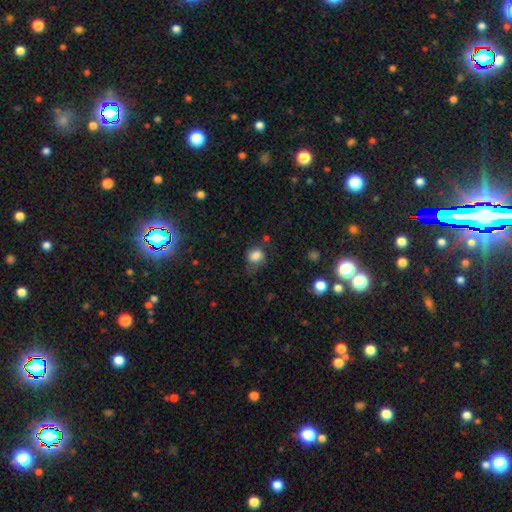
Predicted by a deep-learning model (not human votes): This appears to be a smooth galaxy with no disk features (82%) that is round (60%). Merging: none (51%).